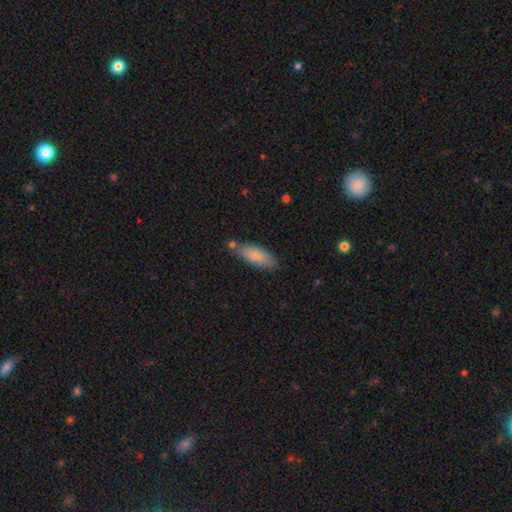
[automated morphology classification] Overall: smooth (82%). How rounded: in between (67%; cigar-shaped 31%). Merging: none (74%).